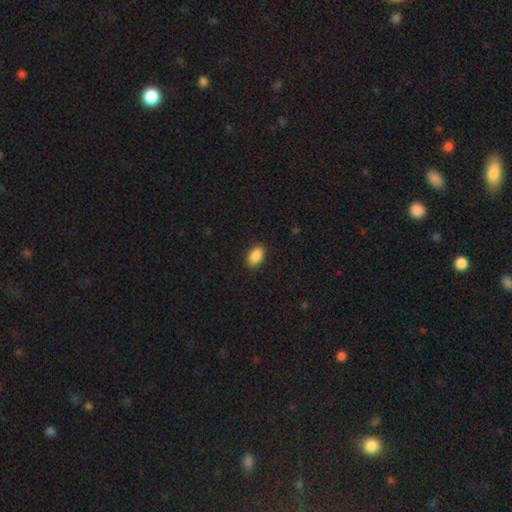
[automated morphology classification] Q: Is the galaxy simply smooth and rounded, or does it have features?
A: smooth — 89%.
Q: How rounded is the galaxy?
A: in between — 92%.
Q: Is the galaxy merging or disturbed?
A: none — 89%.